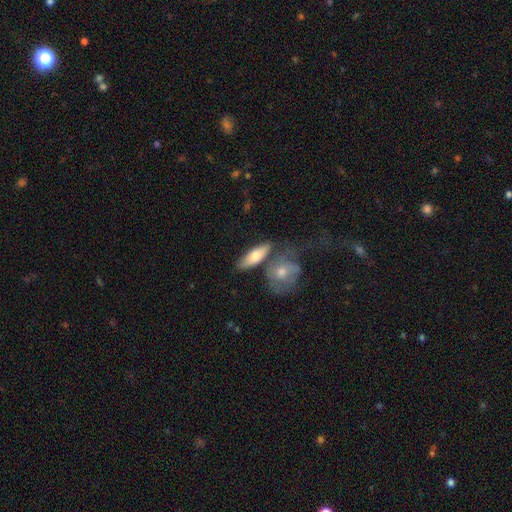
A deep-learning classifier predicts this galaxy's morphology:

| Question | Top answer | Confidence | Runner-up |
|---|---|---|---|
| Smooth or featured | smooth | 68% | featured or disk (27%) |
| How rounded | in between | 62% | cigar-shaped (33%) |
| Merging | none | 55% | merger (24%) |